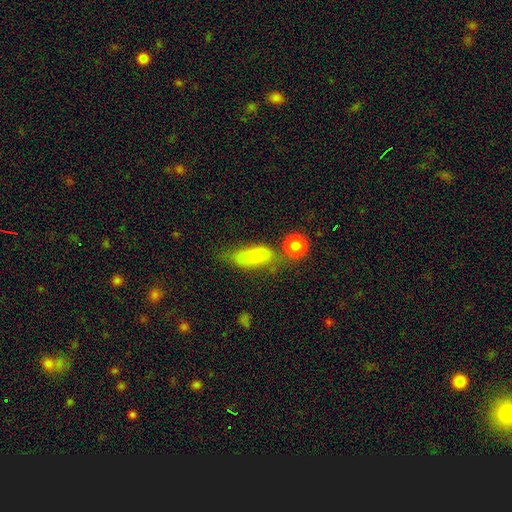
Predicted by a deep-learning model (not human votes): A smooth galaxy with no disk features (75%) that is in between round and cigar-shaped (51%). Merging: none (41%).